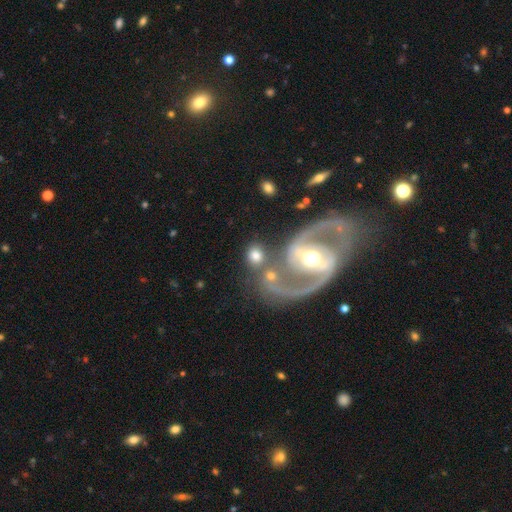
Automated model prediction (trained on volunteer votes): This appears to be a smooth galaxy with no disk features (58%) that is round (65%). Merging: none (53%).